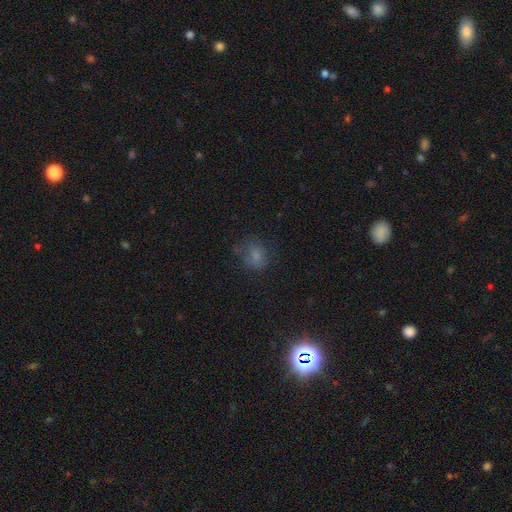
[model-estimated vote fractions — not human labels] smooth_or_featured: smooth (p=0.68) [alt: star or artifact p=0.17]
how_rounded: round (p=0.65) [alt: in between p=0.34]
merging: none (p=0.60) [alt: minor disturbance p=0.22]